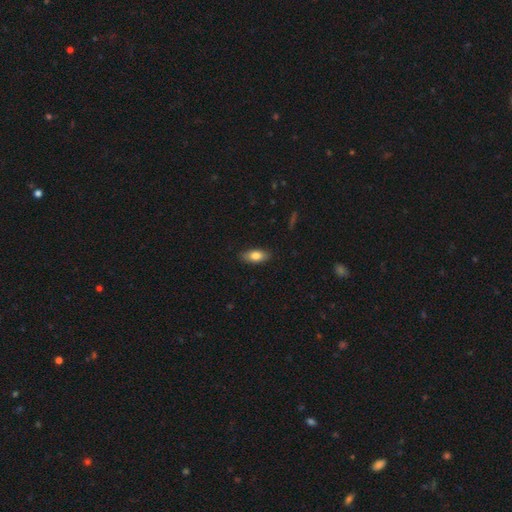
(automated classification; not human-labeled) Smooth or featured? Predicted: smooth (p=0.80). How rounded? Predicted: in between (p=0.86). Merging? Predicted: none (p=0.87).